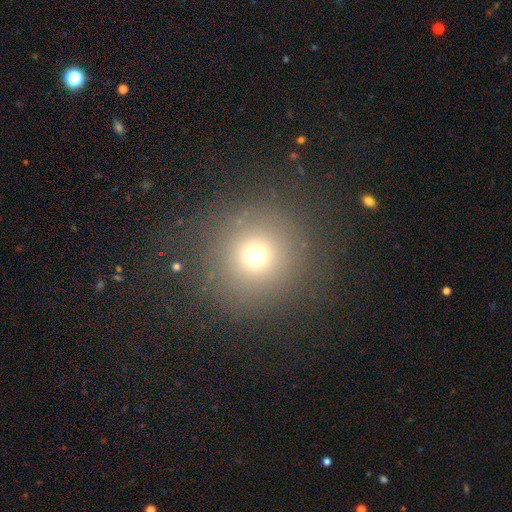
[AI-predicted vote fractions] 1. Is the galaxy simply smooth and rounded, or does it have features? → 69% smooth, 22% star or artifact, 10% featured or disk.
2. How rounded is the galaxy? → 94% round, 5% in between, 1% cigar-shaped.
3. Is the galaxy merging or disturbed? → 85% none, 8% minor disturbance, 6% major disturbance, 2% merger.